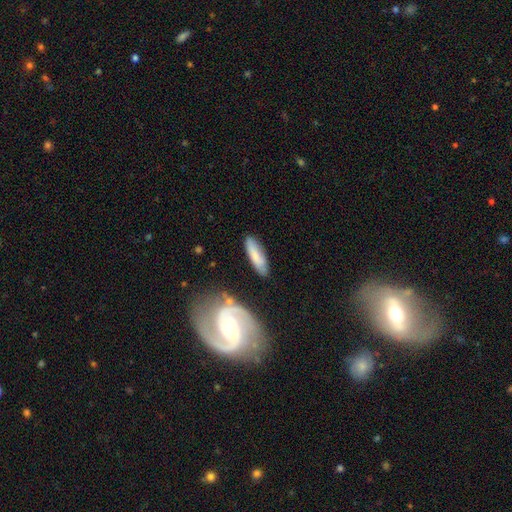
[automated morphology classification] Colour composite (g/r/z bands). It shows a smooth galaxy with no disk features (72%) that is cigar-shaped (61%). Merging: none (77%).